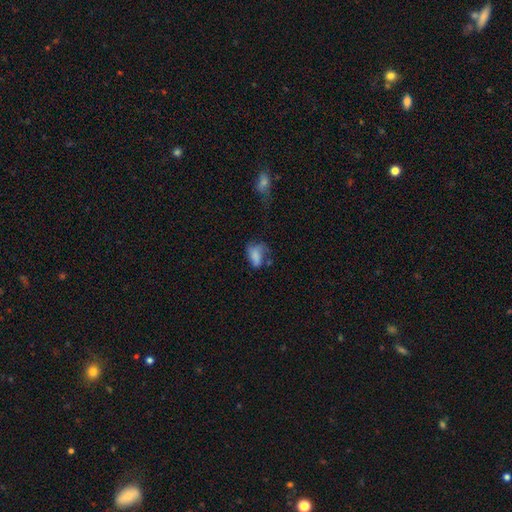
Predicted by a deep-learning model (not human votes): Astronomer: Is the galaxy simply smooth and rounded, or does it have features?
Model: smooth — 70%.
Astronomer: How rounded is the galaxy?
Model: in between — 86%.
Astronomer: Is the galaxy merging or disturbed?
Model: major disturbance — 35% (runner-up: none, 29%).